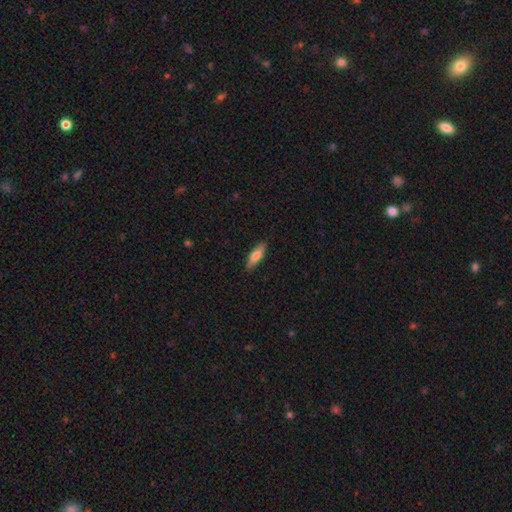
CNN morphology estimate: type=smooth (74%); roundness=cigar-shaped (57%); merging=none (85%).